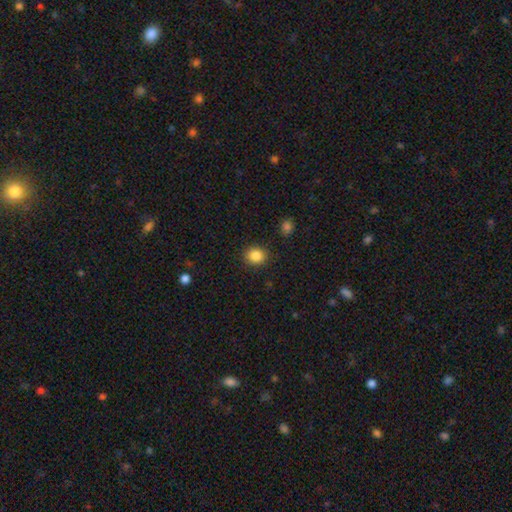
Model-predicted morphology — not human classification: This appears to be a smooth galaxy with no disk features (86%) that is round (76%). Merging: none (89%).